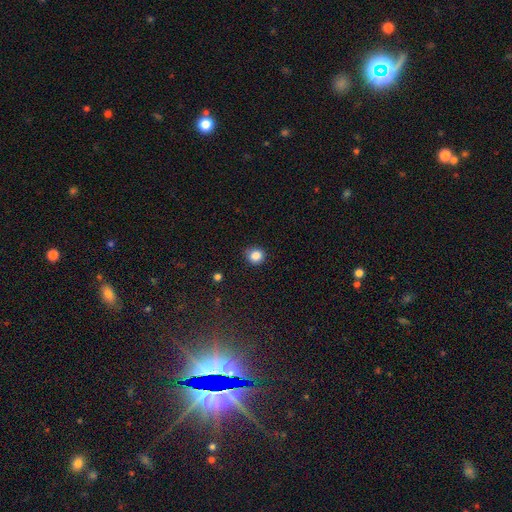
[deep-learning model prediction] smooth_or_featured: smooth (p=0.86) [alt: star or artifact p=0.11]
how_rounded: round (p=0.89) [alt: in between p=0.10]
merging: none (p=0.82) [alt: minor disturbance p=0.14]